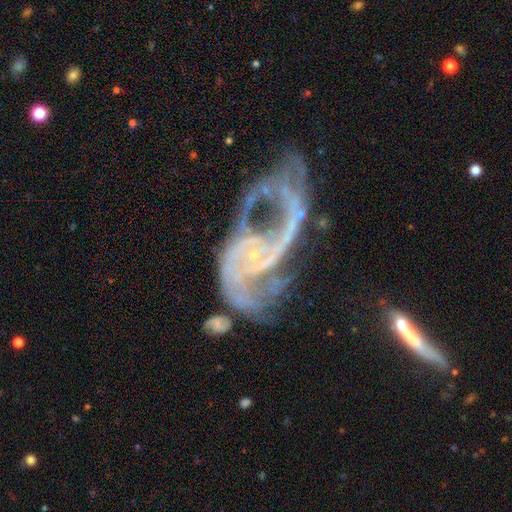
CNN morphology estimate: Q: Smooth or featured?
A: featured or disk (87%); runner-up: star or artifact (8%)
Q: Edge-on disk?
A: no (97%); runner-up: yes (3%)
Q: Bar?
A: no (60%); runner-up: weak (28%)
Q: Spiral arms?
A: yes (89%); runner-up: no (11%)
Q: Spiral winding?
A: loose (58%); runner-up: medium (29%)
Q: Spiral arm count?
A: 2 (58%); runner-up: can't tell (13%)
Q: Bulge size?
A: small (68%); runner-up: none (23%)
Q: Merging?
A: major disturbance (48%); runner-up: none (19%)